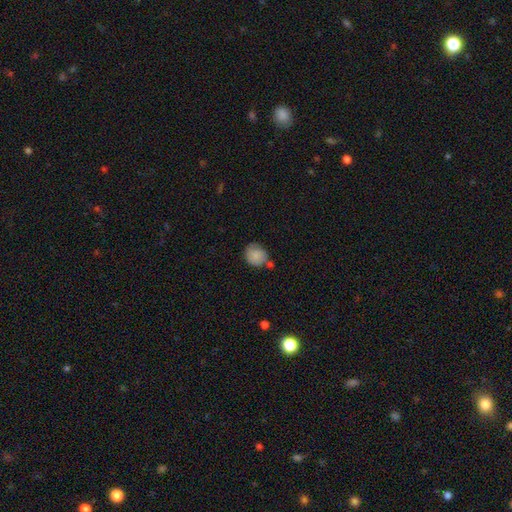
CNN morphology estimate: A smooth galaxy with no disk features (80%) that is round (80%).

Vote fractions:
- Smooth or featured? smooth: 80% / featured or disk: 12% / star or artifact: 8%
- How rounded? round: 80% / in between: 19% / cigar-shaped: 1%
- Merging? none: 55% / minor disturbance: 24% / merger: 15% / major disturbance: 6%